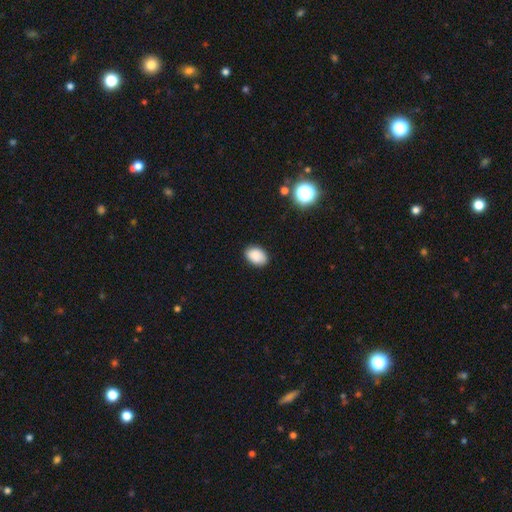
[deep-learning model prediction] Smooth or featured: smooth — 87% (star or artifact — 8%)
How rounded: in between — 85% (round — 14%)
Merging: none — 85% (minor disturbance — 11%)